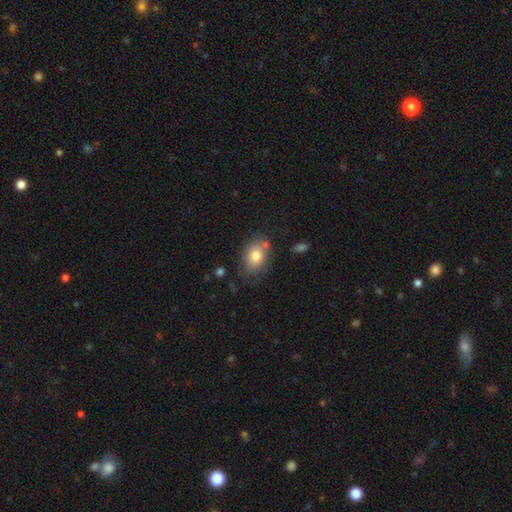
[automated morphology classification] Q: Smooth or featured?
A: smooth (77%); runner-up: featured or disk (14%)
Q: How rounded?
A: in between (76%); runner-up: round (23%)
Q: Merging?
A: none (69%); runner-up: minor disturbance (18%)